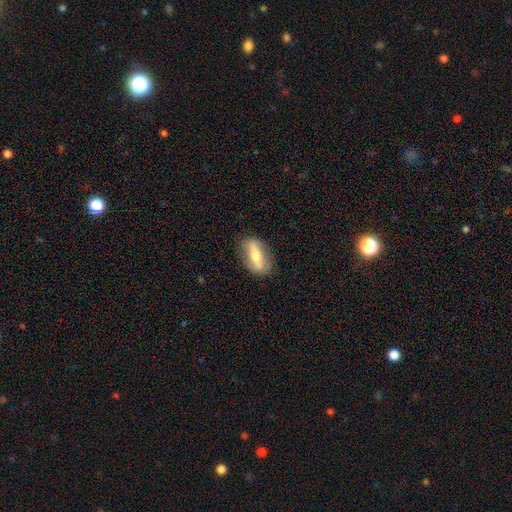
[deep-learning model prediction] Smooth or featured? featured or disk (53%)
Edge-on disk? no (61%)
Merging? none (81%)